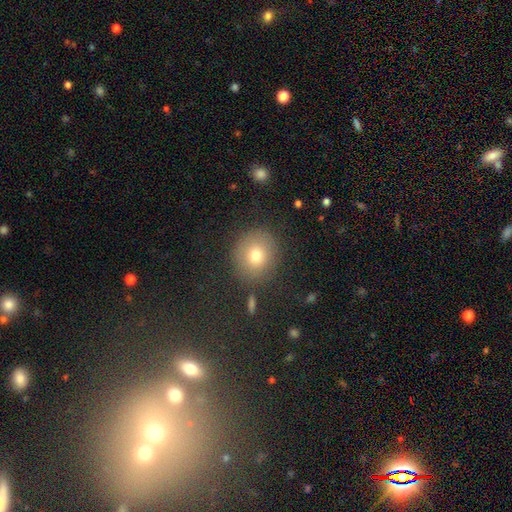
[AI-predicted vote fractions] This appears to be a smooth galaxy with no disk features (73%) that is round (80%). Merging: none (84%).